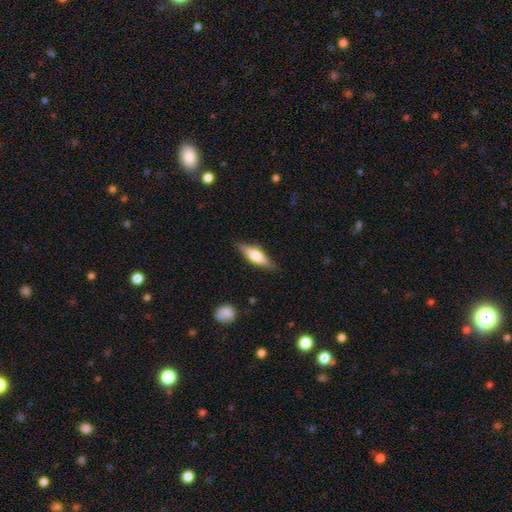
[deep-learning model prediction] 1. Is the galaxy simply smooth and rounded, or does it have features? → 53% smooth, 41% featured or disk, 6% star or artifact.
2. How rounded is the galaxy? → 50% cigar-shaped, 48% in between, 2% round.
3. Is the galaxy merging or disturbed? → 84% none, 12% minor disturbance, 3% major disturbance, 1% merger.